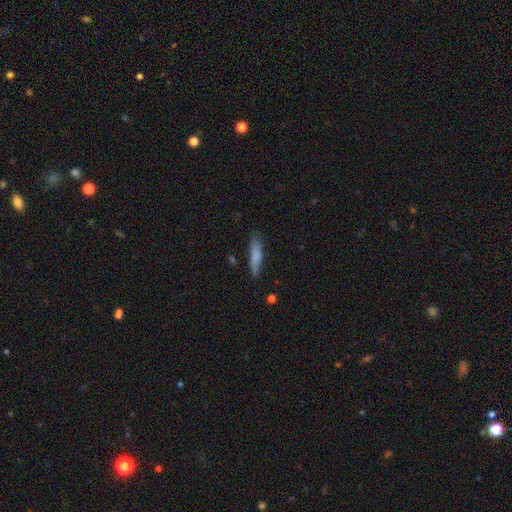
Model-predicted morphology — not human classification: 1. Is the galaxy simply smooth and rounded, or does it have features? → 79% smooth, 14% featured or disk, 7% star or artifact.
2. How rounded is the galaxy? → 73% cigar-shaped, 26% in between, 2% round.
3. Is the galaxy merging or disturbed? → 74% none, 20% minor disturbance, 4% major disturbance, 2% merger.